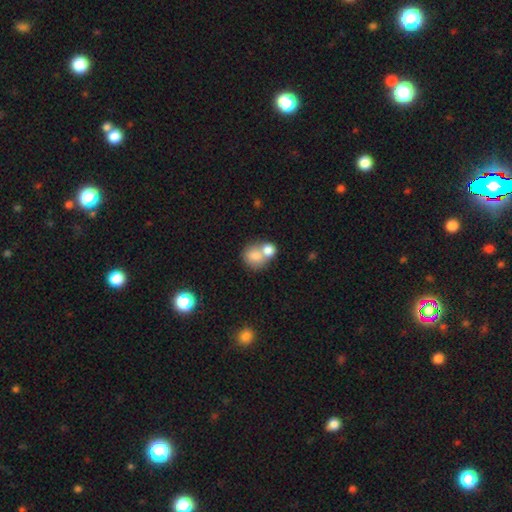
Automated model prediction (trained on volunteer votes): Smooth or featured? Predicted: smooth (p=0.79). How rounded? Predicted: round (p=0.74). Merging? Predicted: merger (p=0.59).